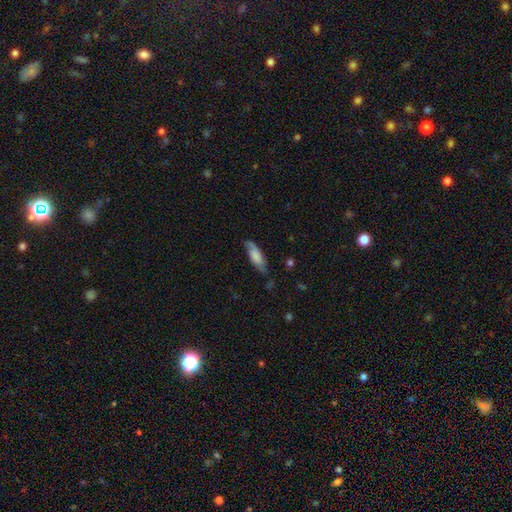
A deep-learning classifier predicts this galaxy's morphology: smooth-or-featured: smooth: 68% | featured or disk: 26% | star or artifact: 7%
  how-rounded: in between: 60% | cigar-shaped: 38% | round: 2%
  merging: none: 67% | minor disturbance: 25% | major disturbance: 6% | merger: 2%